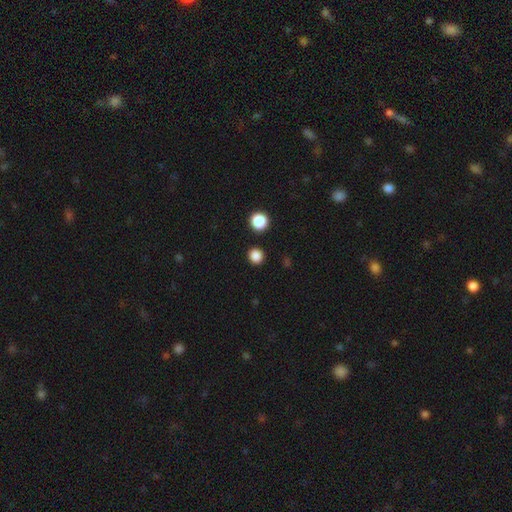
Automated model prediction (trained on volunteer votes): Overall: smooth (85%). How rounded: round (93%). Merging: none (91%).